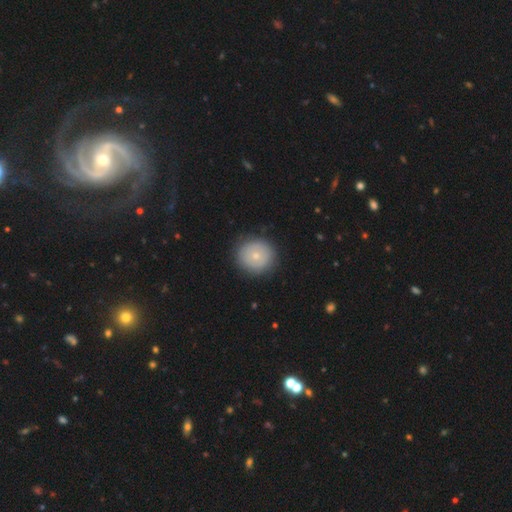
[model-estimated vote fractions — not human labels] Overall: smooth (66%; featured or disk 27%). How rounded: round (90%). Merging: none (88%).